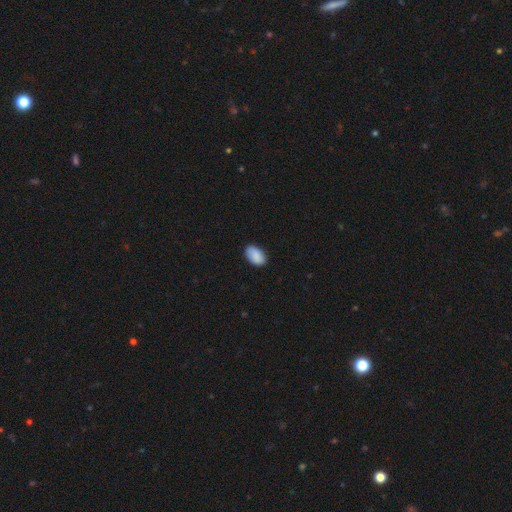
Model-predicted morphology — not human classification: This is clearly a smooth galaxy (89%). How rounded: clearly in between (92%). Merging: clearly none (85%).